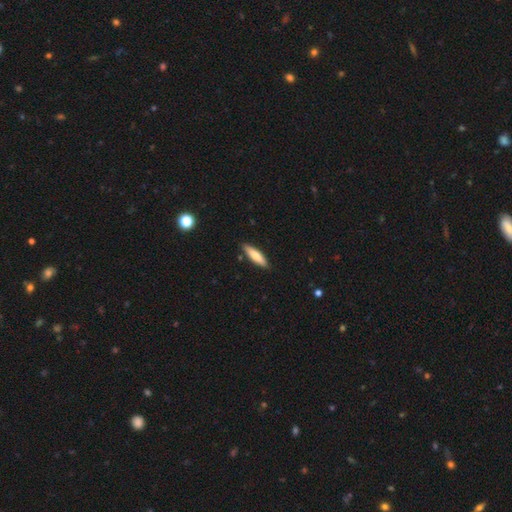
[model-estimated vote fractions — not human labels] A smooth galaxy with no disk features (71%) that is cigar-shaped (73%).

Vote fractions:
- Smooth or featured? smooth: 71% / featured or disk: 23% / star or artifact: 6%
- How rounded? cigar-shaped: 73% / in between: 25% / round: 2%
- Merging? none: 88% / minor disturbance: 9% / merger: 2% / major disturbance: 2%